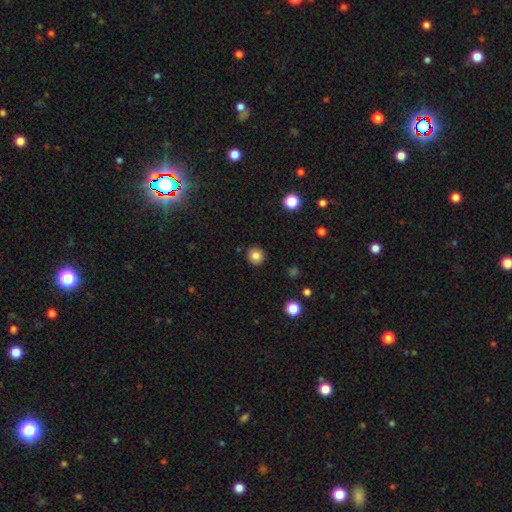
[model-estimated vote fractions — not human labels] smooth 83%, star or artifact 11%, featured or disk 6%. Down the decision tree: how rounded — round (91%); merging — none (92%).